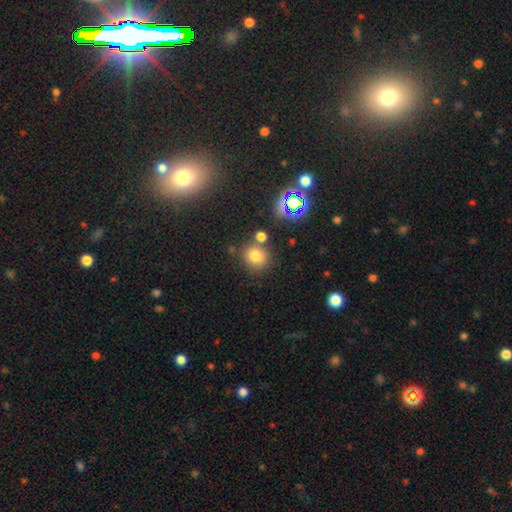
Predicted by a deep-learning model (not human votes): Q: Smooth or featured?
A: smooth (75%); runner-up: star or artifact (18%)
Q: How rounded?
A: round (83%); runner-up: in between (16%)
Q: Merging?
A: none (71%); runner-up: merger (15%)